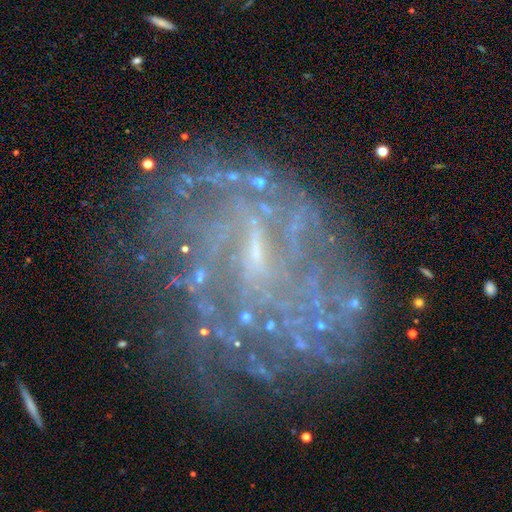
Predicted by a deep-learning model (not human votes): Q: Smooth or featured?
A: featured or disk (57%); runner-up: star or artifact (31%)
Q: Edge-on disk?
A: no (95%); runner-up: yes (5%)
Q: Bar?
A: weak (45%); runner-up: no (36%)
Q: Spiral arms?
A: yes (79%); runner-up: no (21%)
Q: Bulge size?
A: small (71%); runner-up: moderate (13%)
Q: Merging?
A: none (74%); runner-up: minor disturbance (13%)